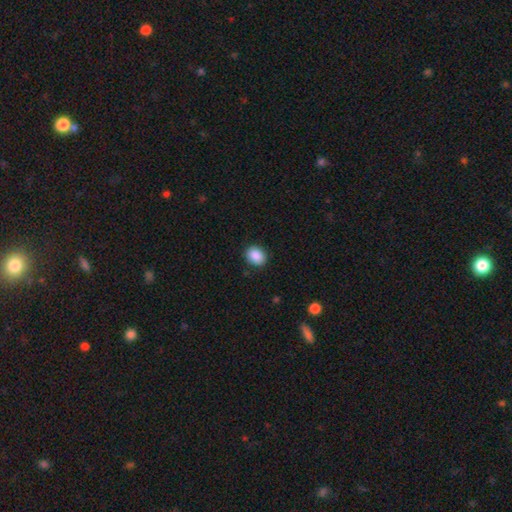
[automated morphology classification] The model was most divided on "how rounded": in between: 55%, round: 44%, cigar-shaped: 1%. More confident: smooth or featured — smooth (89%); merging — none (88%).